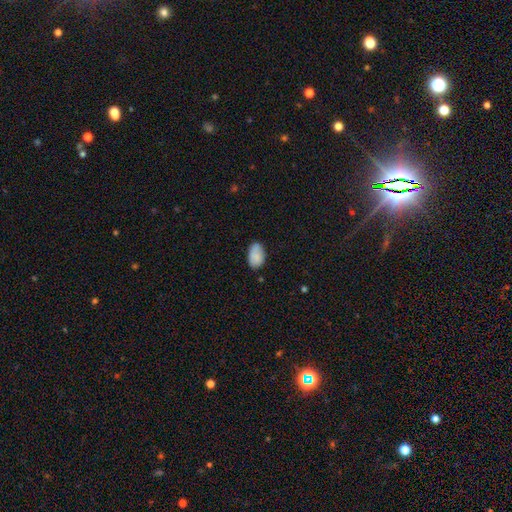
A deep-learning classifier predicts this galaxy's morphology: A smooth galaxy with no disk features (84%) that is in between round and cigar-shaped (91%). Merging: none (74%).